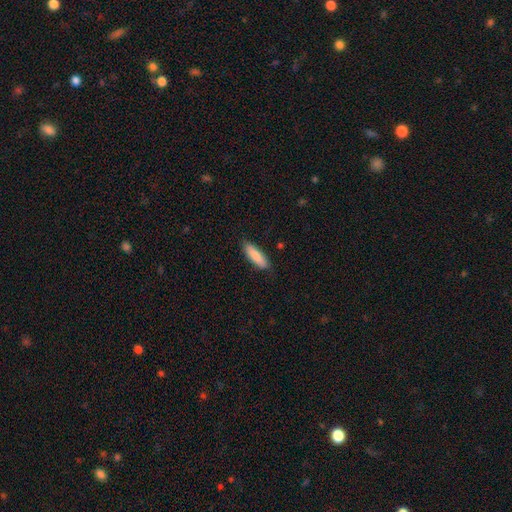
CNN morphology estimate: smooth-or-featured: smooth: 84% | featured or disk: 10% | star or artifact: 5%
  how-rounded: cigar-shaped: 55% | in between: 43% | round: 2%
  merging: none: 85% | minor disturbance: 11% | major disturbance: 2% | merger: 1%